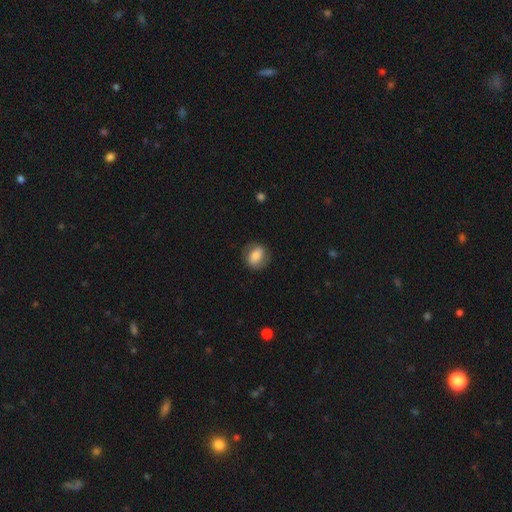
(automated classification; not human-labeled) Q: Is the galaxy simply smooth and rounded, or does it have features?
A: smooth — 71%.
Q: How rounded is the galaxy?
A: in between — 57%.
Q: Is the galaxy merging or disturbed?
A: none — 78%.